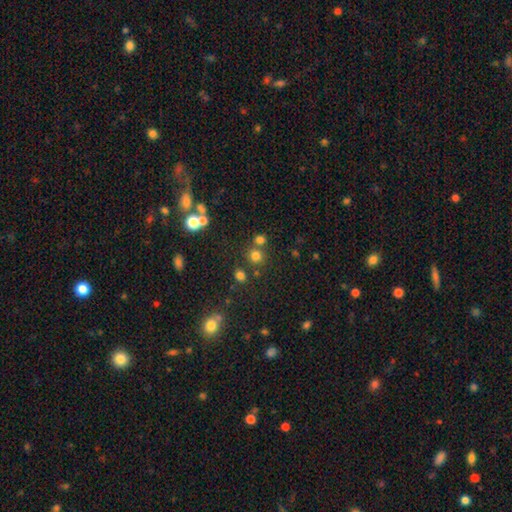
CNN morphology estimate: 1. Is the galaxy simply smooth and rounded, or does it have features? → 72% smooth, 21% star or artifact, 7% featured or disk.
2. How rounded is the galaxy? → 90% round, 9% in between, 1% cigar-shaped.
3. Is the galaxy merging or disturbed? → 71% none, 19% merger, 7% minor disturbance, 3% major disturbance.